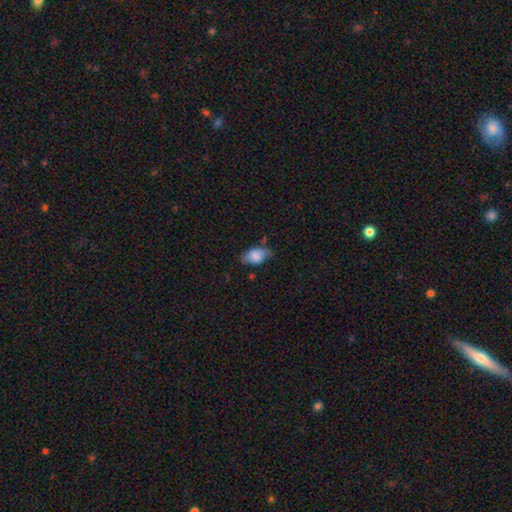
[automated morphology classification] Smooth or featured?
  - smooth: 79% *
  - featured or disk: 13%
  - star or artifact: 8%
How rounded?
  - in between: 91% *
  - round: 6%
  - cigar-shaped: 3%
Merging?
  - none: 63% *
  - minor disturbance: 28%
  - major disturbance: 6%
  - merger: 3%